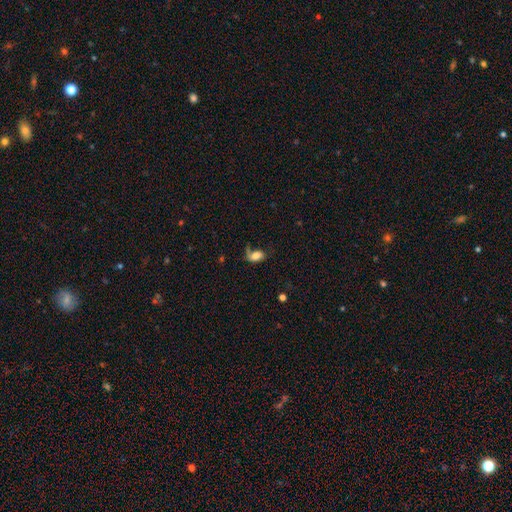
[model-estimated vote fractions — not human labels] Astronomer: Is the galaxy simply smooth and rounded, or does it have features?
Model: smooth — 71%.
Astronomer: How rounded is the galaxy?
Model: in between — 88%.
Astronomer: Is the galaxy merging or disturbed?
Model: none — 39% (runner-up: major disturbance, 28%).